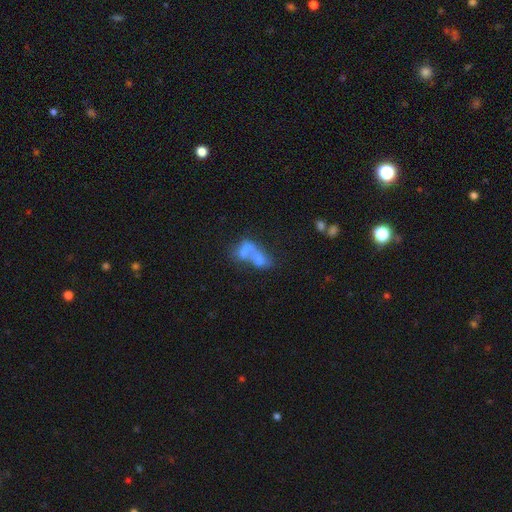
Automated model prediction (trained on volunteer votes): smooth-or-featured: smooth: 55% | featured or disk: 31% | star or artifact: 14%
  how-rounded: in between: 73% | round: 19% | cigar-shaped: 8%
  merging: merger: 63% | none: 16% | major disturbance: 13% | minor disturbance: 8%